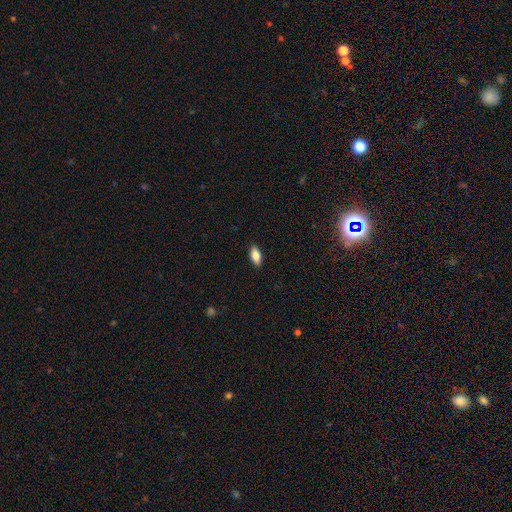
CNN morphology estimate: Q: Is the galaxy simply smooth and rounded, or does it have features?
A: smooth — 80%.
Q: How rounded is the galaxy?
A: in between — 86%.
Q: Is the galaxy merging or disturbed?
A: none — 90%.